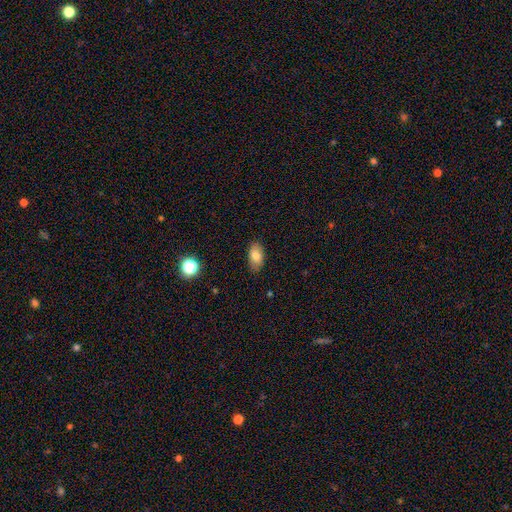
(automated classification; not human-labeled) A smooth galaxy with no disk features (80%) that is in between round and cigar-shaped (91%). Merging: none (86%).